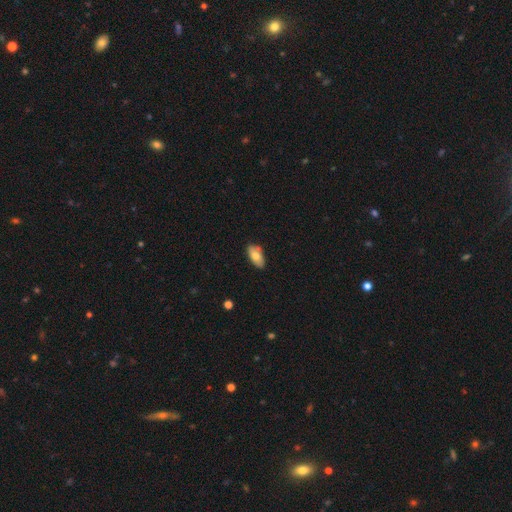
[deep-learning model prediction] Smooth or featured?
  - smooth: 77% *
  - featured or disk: 16%
  - star or artifact: 7%
How rounded?
  - in between: 93% *
  - cigar-shaped: 5%
  - round: 3%
Merging?
  - none: 79% *
  - minor disturbance: 16%
  - merger: 2%
  - major disturbance: 2%